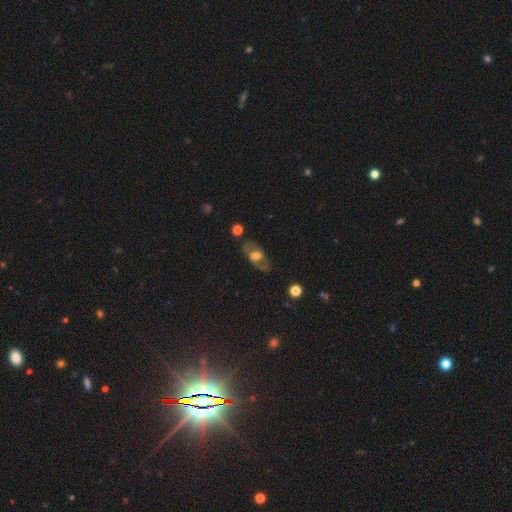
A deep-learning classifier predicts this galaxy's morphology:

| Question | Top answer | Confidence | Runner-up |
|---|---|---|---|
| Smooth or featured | featured or disk | 53% | smooth (38%) |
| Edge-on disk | no | 81% | yes (19%) |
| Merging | none | 71% | minor disturbance (17%) |